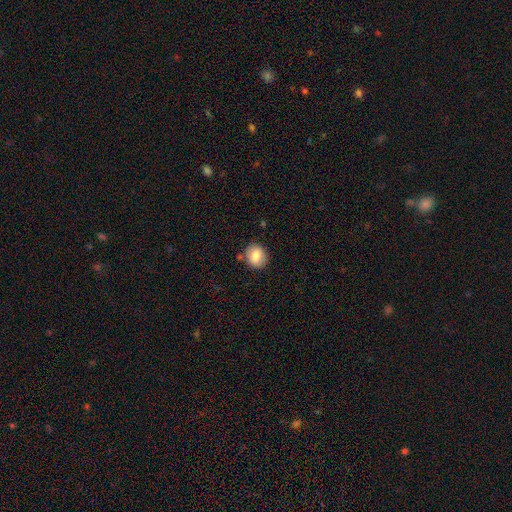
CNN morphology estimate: This appears to be a smooth galaxy with no disk features (82%) that is round (69%). Merging: none (81%).